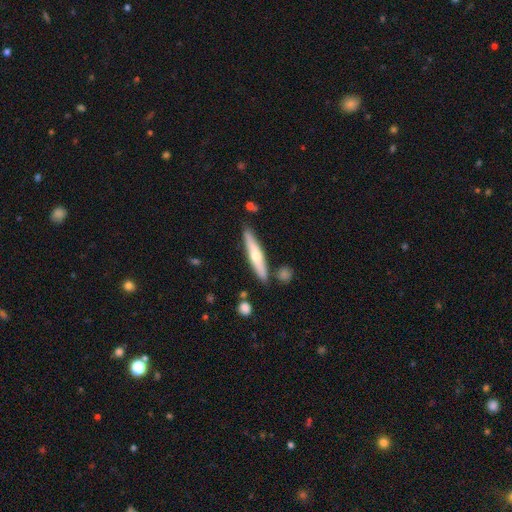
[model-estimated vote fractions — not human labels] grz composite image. It shows a featured or disk galaxy (49%). Merging: none (84%).